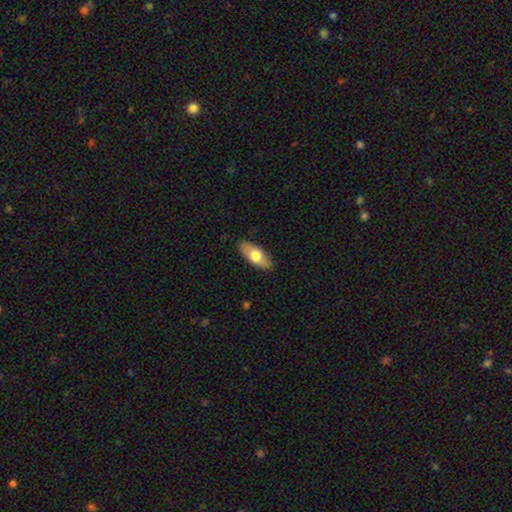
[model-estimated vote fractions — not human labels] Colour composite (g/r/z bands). It shows a smooth galaxy with no disk features (68%) that is in between round and cigar-shaped (85%). Merging: none (86%).